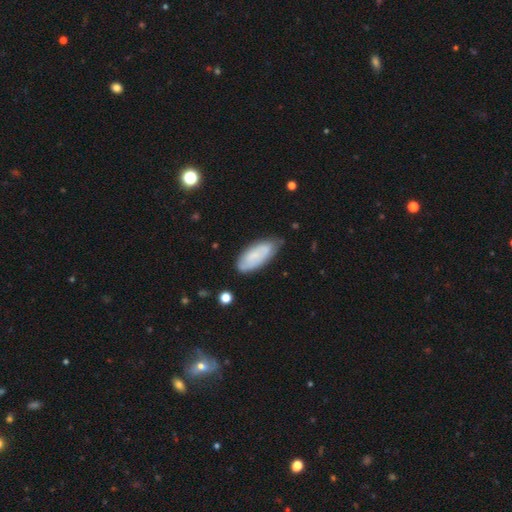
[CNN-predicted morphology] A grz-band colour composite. It shows a smooth galaxy with no disk features (61%) that is in between round and cigar-shaped (85%). Merging: none (65%).